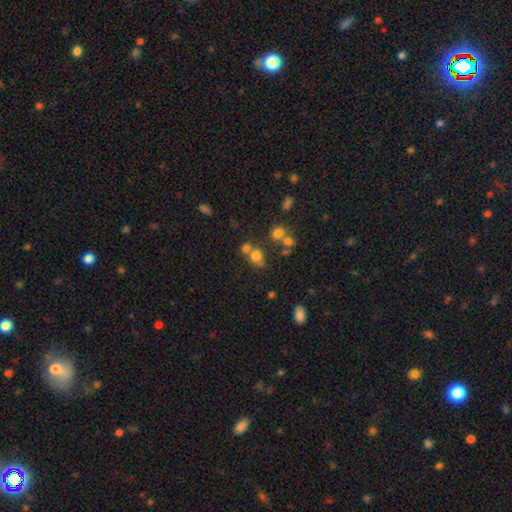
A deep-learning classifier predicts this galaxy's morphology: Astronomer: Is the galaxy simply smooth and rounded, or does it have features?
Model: smooth — 72%.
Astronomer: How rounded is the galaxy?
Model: round — 69%.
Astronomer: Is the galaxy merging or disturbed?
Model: none — 45% (runner-up: merger, 38%).